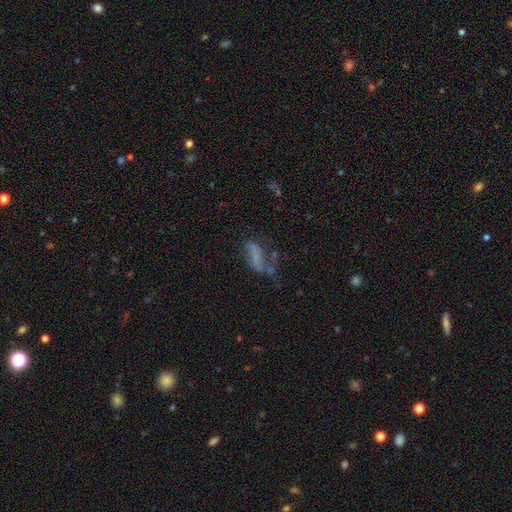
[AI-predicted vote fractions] Morphology: type=featured or disk (43%); merging=none (33%).